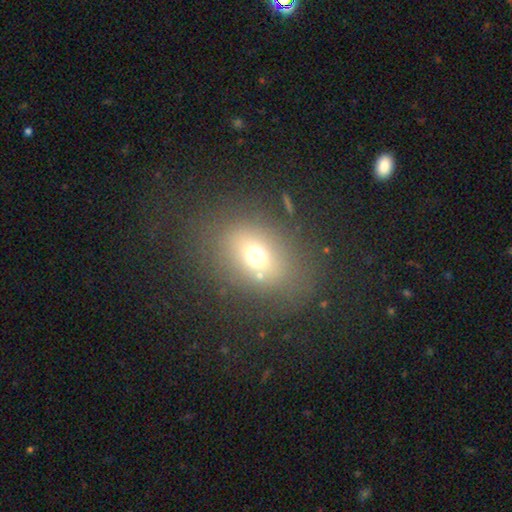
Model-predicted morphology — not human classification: This is likely a smooth galaxy (65%). How rounded: possibly in between (57%). Merging: likely none (74%).